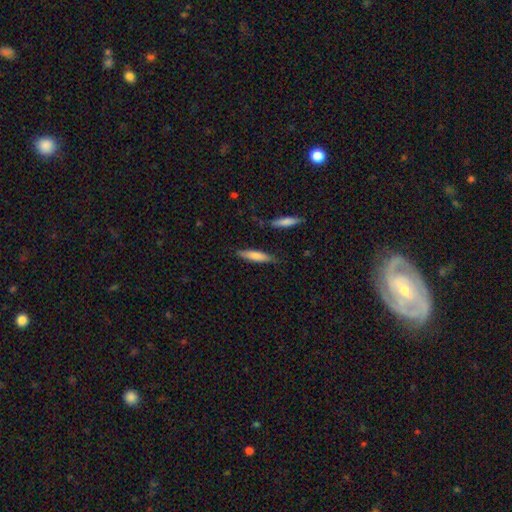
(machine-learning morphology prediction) A smooth galaxy with no disk features (76%) that is cigar-shaped (77%).

Vote fractions:
- Smooth or featured? smooth: 76% / featured or disk: 18% / star or artifact: 6%
- How rounded? cigar-shaped: 77% / in between: 22% / round: 1%
- Merging? none: 80% / minor disturbance: 14% / merger: 3% / major disturbance: 3%